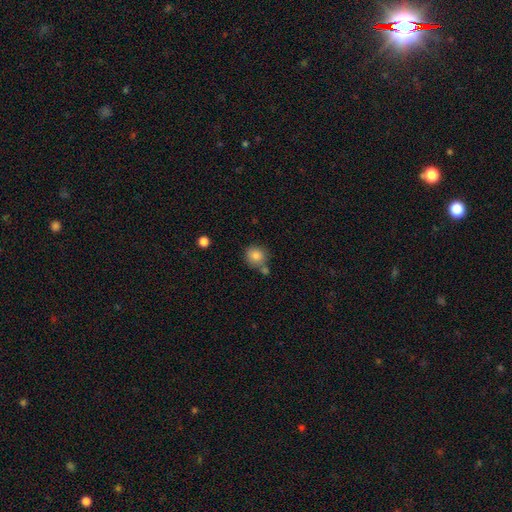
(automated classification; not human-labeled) Q: Smooth or featured?
A: smooth (84%); runner-up: star or artifact (9%)
Q: How rounded?
A: round (87%); runner-up: in between (12%)
Q: Merging?
A: none (64%); runner-up: merger (19%)